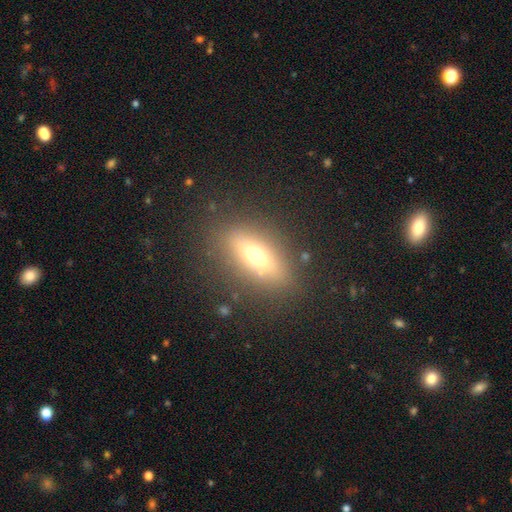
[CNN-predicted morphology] smooth-or-featured: smooth: 52% | featured or disk: 37% | star or artifact: 12%
  how-rounded: in between: 64% | cigar-shaped: 29% | round: 7%
  merging: none: 82% | minor disturbance: 11% | major disturbance: 5% | merger: 2%